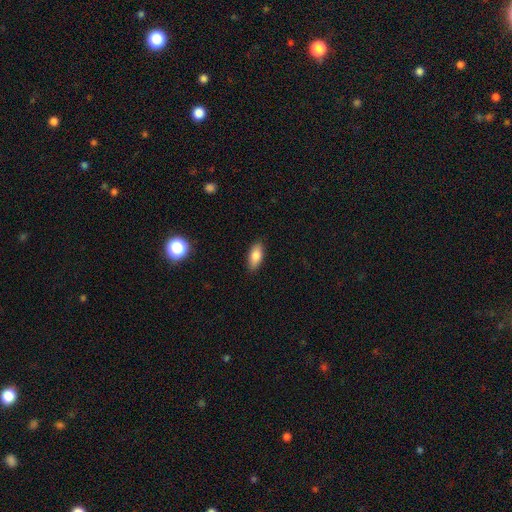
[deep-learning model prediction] A smooth galaxy with no disk features (83%) that is in between round and cigar-shaped (85%).

Vote fractions:
- Smooth or featured? smooth: 83% / featured or disk: 10% / star or artifact: 8%
- How rounded? in between: 85% / cigar-shaped: 12% / round: 3%
- Merging? none: 88% / minor disturbance: 9% / major disturbance: 2% / merger: 1%